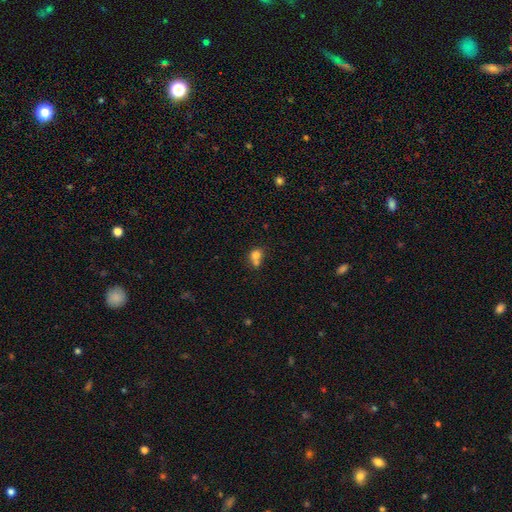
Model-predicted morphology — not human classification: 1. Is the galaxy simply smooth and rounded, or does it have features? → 75% smooth, 14% featured or disk, 11% star or artifact.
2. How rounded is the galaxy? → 64% round, 35% in between, 1% cigar-shaped.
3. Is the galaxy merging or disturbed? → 56% merger, 30% none, 10% minor disturbance, 5% major disturbance.